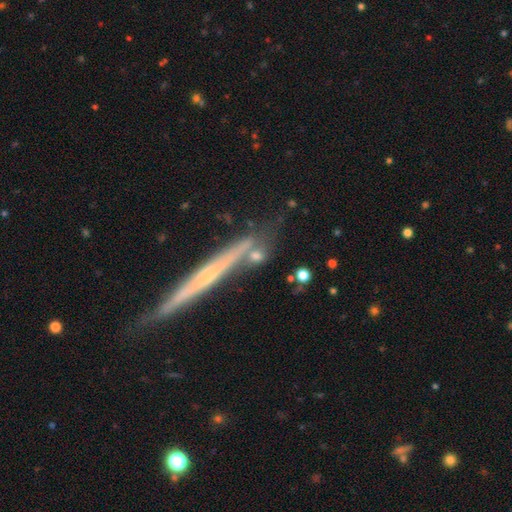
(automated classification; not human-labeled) Smooth or featured? smooth (58%)
How rounded? cigar-shaped (38%, tied with round)
Merging? none (64%)